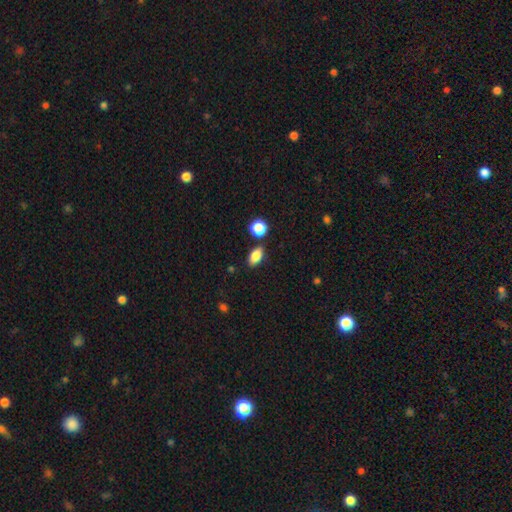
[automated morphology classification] Q: Smooth or featured?
A: smooth (85%); runner-up: star or artifact (9%)
Q: How rounded?
A: in between (87%); runner-up: round (8%)
Q: Merging?
A: none (82%); runner-up: minor disturbance (10%)